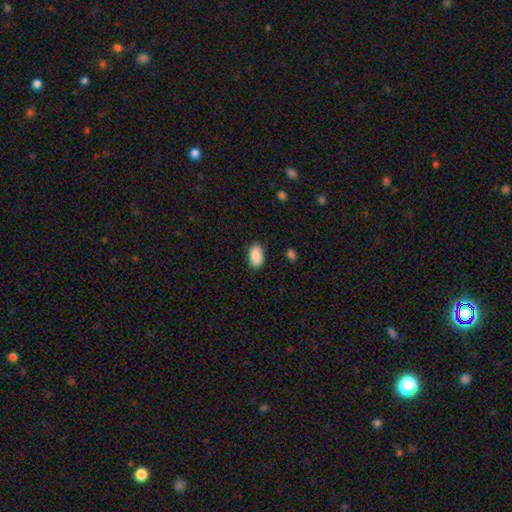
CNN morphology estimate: Smooth or featured?
  - smooth: 89% *
  - star or artifact: 7%
  - featured or disk: 5%
How rounded?
  - in between: 93% *
  - round: 4%
  - cigar-shaped: 2%
Merging?
  - none: 86% *
  - minor disturbance: 10%
  - major disturbance: 2%
  - merger: 1%